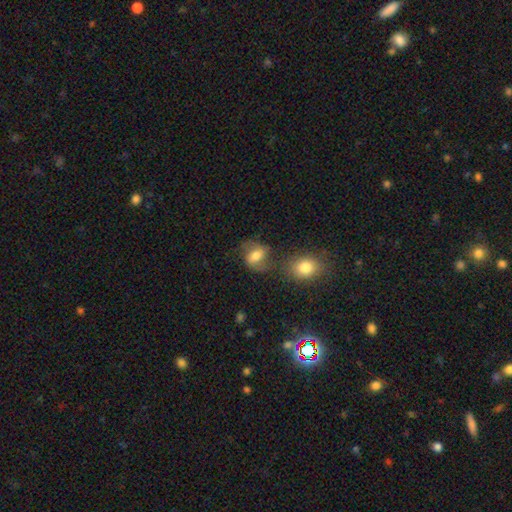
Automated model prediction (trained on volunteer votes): Smooth or featured? smooth (58%)
How rounded? in between (63%)
Merging? none (53%)